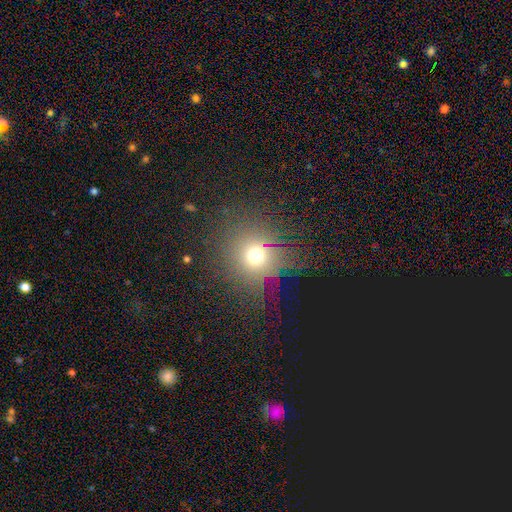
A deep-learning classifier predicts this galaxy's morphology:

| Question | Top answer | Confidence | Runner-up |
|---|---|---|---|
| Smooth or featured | smooth | 61% | star or artifact (26%) |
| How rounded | round | 87% | in between (12%) |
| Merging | none | 76% | minor disturbance (12%) |